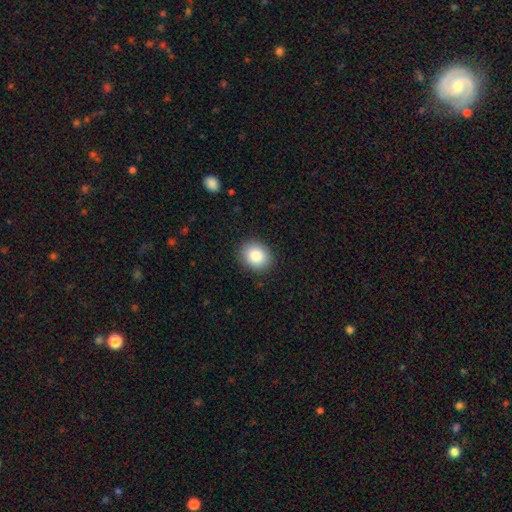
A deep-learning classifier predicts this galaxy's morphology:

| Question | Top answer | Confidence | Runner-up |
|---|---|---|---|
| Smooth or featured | smooth | 85% | star or artifact (8%) |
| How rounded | round | 57% | in between (42%) |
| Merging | none | 89% | minor disturbance (8%) |